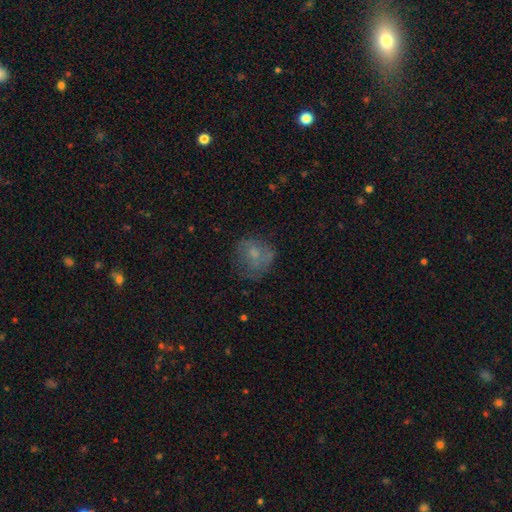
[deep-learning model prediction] Smooth or featured? smooth (56%)
How rounded? round (70%)
Merging? none (51%)